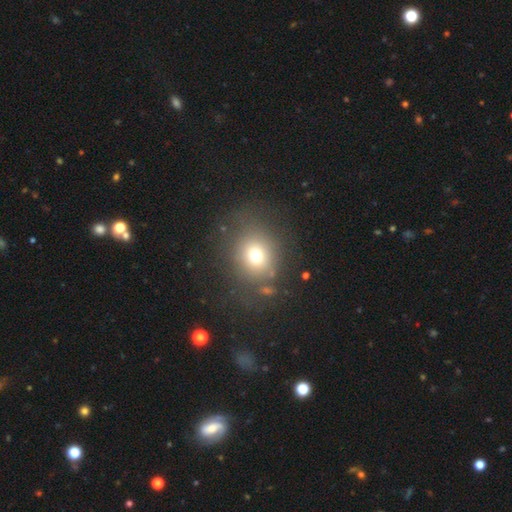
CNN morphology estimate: A smooth galaxy with no disk features (70%) that is round (77%).

Vote fractions:
- Smooth or featured? smooth: 70% / star or artifact: 17% / featured or disk: 13%
- How rounded? round: 77% / in between: 22% / cigar-shaped: 1%
- Merging? none: 74% / minor disturbance: 13% / major disturbance: 10% / merger: 3%